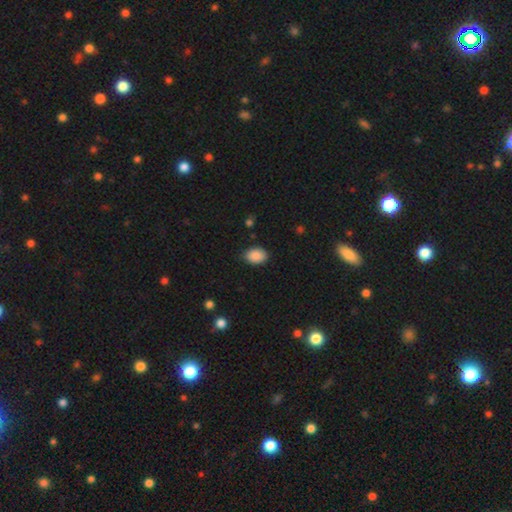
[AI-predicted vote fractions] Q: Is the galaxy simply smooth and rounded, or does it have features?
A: smooth — 89%.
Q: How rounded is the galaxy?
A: in between — 81%.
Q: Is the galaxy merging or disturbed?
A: none — 84%.